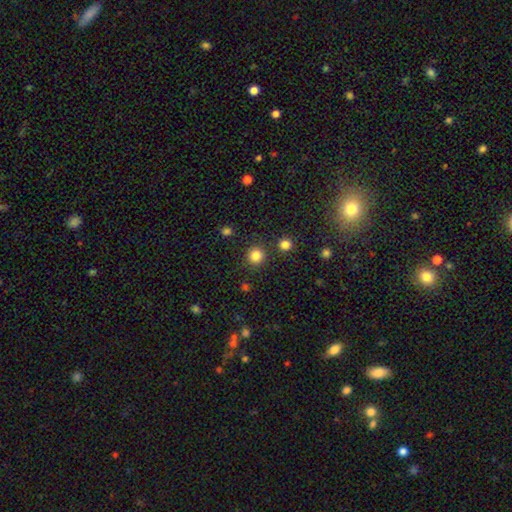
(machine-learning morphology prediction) This is clearly a smooth galaxy (83%). How rounded: clearly round (93%). Merging: clearly none (88%).